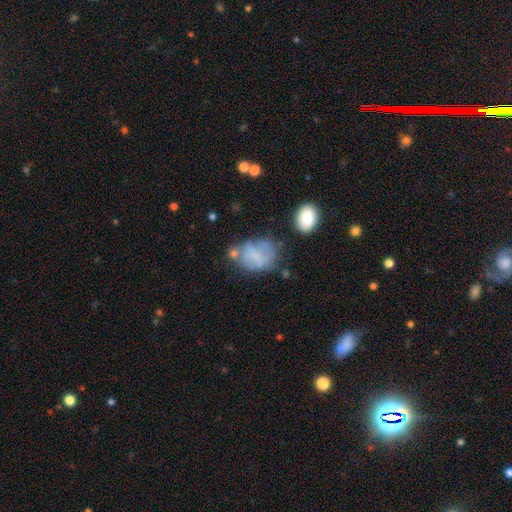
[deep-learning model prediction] smooth-or-featured: smooth: 54% | featured or disk: 34% | star or artifact: 11%
  how-rounded: in between: 68% | round: 31% | cigar-shaped: 1%
  merging: none: 41% | minor disturbance: 28% | major disturbance: 20% | merger: 12%